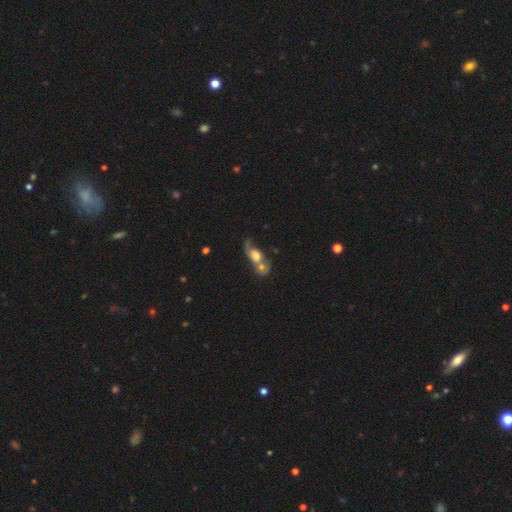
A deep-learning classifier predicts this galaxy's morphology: Smooth or featured?
  - smooth: 53% *
  - featured or disk: 38%
  - star or artifact: 9%
How rounded?
  - in between: 56% *
  - round: 38%
  - cigar-shaped: 6%
Merging?
  - merger: 68% *
  - none: 14%
  - major disturbance: 11%
  - minor disturbance: 8%